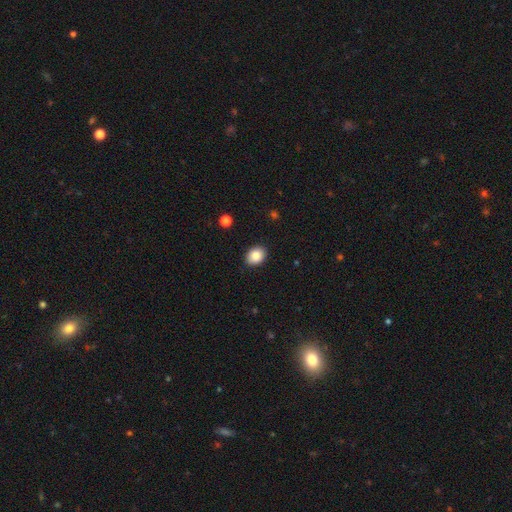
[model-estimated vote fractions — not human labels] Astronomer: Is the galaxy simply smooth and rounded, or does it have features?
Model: smooth — 88%.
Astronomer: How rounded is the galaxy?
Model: in between — 64%.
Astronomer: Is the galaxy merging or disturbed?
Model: none — 88%.